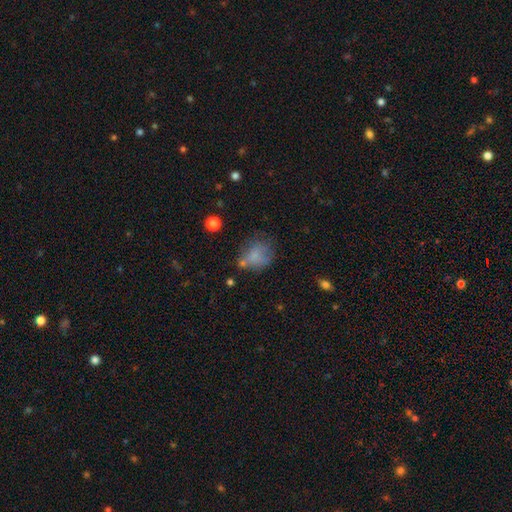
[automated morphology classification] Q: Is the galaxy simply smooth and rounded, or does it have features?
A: smooth — 66%.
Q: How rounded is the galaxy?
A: round — 50%.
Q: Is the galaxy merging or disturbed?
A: none — 44%.